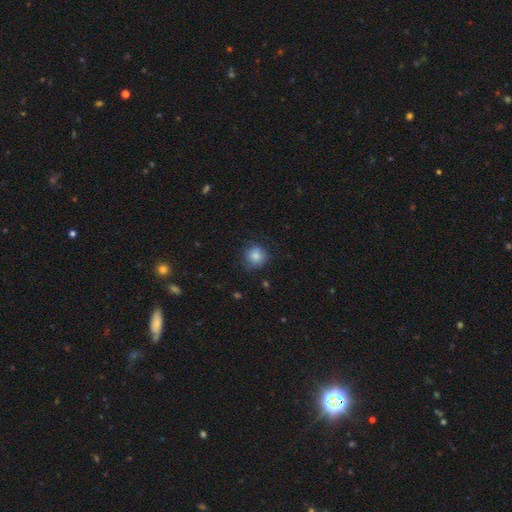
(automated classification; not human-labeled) This is clearly a smooth galaxy (84%). How rounded: clearly round (91%). Merging: likely none (74%).